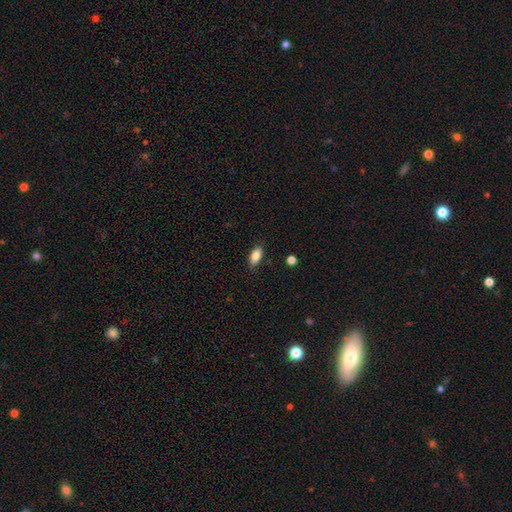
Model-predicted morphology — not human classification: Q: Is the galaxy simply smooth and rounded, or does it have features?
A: smooth — 86%.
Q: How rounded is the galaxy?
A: in between — 89%.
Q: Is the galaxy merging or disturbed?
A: none — 83%.